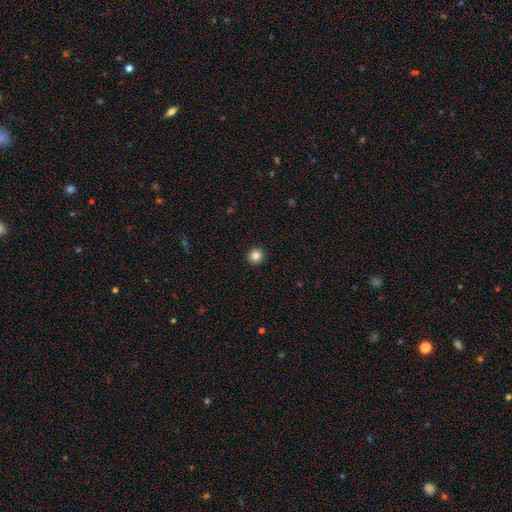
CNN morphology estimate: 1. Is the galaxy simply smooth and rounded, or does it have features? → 85% smooth, 11% star or artifact, 4% featured or disk.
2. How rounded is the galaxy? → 94% round, 5% in between, 1% cigar-shaped.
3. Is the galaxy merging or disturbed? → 93% none, 4% minor disturbance, 2% major disturbance, 1% merger.